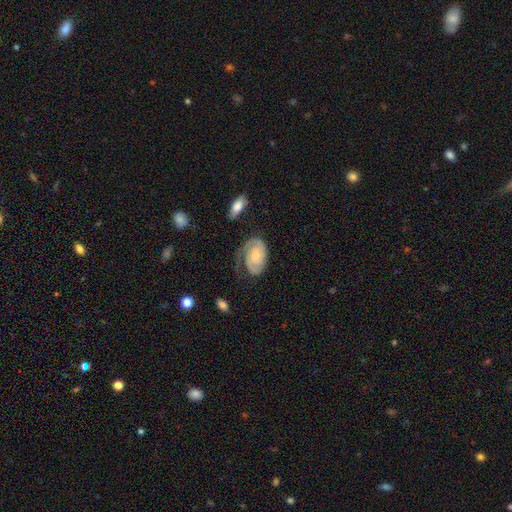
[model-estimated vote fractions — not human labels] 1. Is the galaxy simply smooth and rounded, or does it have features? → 78% featured or disk, 17% smooth, 5% star or artifact.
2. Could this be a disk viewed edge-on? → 97% no, 3% yes.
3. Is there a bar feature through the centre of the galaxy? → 69% no, 26% weak, 5% strong.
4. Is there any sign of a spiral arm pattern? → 94% yes, 6% no.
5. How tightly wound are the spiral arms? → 59% tight, 30% medium, 12% loose.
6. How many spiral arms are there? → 44% 2, 36% 1, 13% can't tell, 4% 3, 1% 4, 1% more than 4.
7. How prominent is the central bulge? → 47% small, 45% moderate, 3% large, 3% none, 1% dominant.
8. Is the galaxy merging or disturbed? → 50% none, 25% minor disturbance, 23% major disturbance, 3% merger.